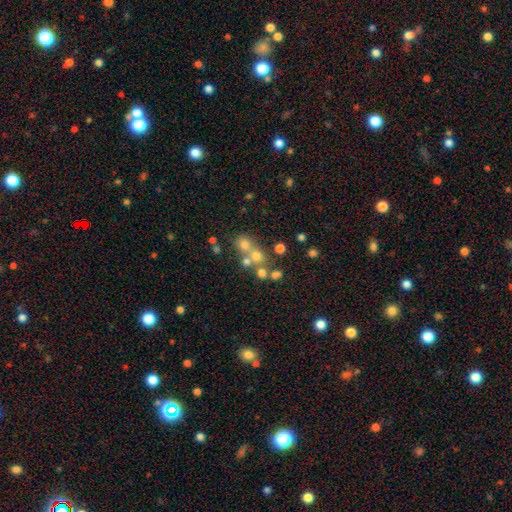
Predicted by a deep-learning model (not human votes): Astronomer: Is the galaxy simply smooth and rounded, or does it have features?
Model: smooth — 53%.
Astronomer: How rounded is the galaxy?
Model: round — 83%.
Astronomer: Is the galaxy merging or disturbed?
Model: merger — 47% (runner-up: none, 41%).